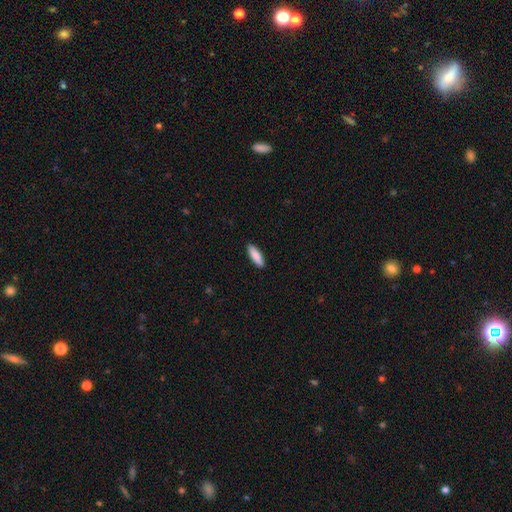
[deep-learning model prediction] A smooth galaxy with no disk features (86%) that is cigar-shaped (56%).

Vote fractions:
- Smooth or featured? smooth: 86% / featured or disk: 8% / star or artifact: 5%
- How rounded? cigar-shaped: 56% / in between: 42% / round: 2%
- Merging? none: 90% / minor disturbance: 7% / major disturbance: 2% / merger: 1%